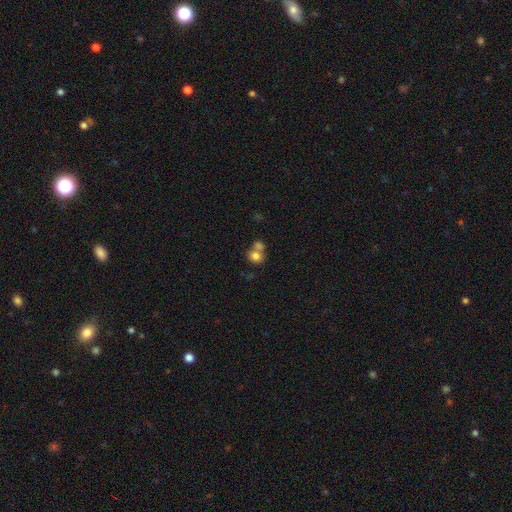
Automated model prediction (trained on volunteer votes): The model was most divided on "merging": merger: 51%, none: 37%, minor disturbance: 8%, major disturbance: 4%. More confident: smooth or featured — smooth (78%); how rounded — round (66%).